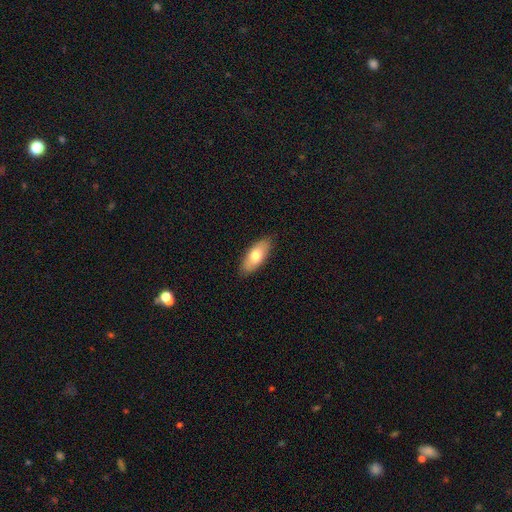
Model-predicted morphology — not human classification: The model was most divided on "smooth or featured": smooth: 73%, featured or disk: 21%, star or artifact: 6%. More confident: merging — none (87%); how rounded — in between (83%).